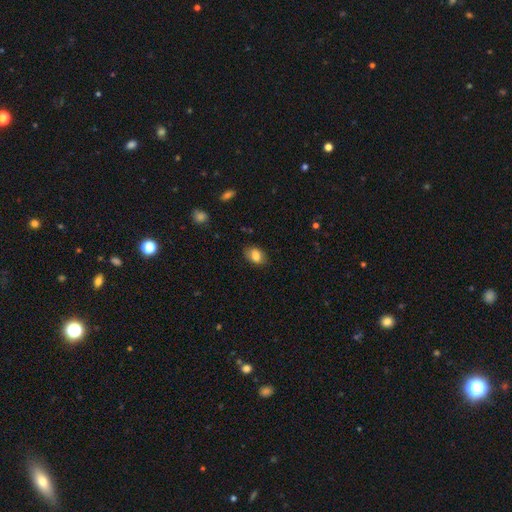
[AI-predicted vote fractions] Smooth or featured? smooth (83%)
How rounded? in between (81%)
Merging? none (83%)